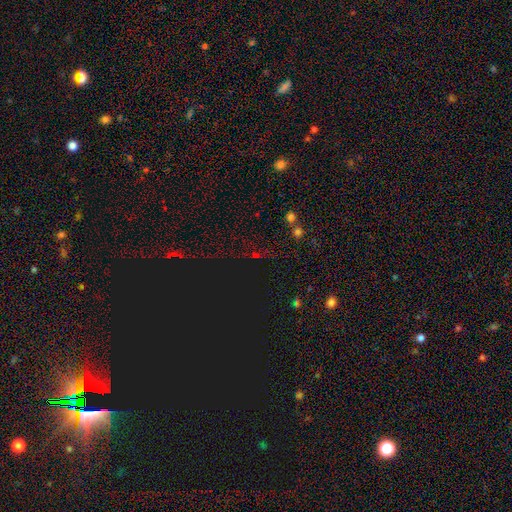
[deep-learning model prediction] Morphology: type=star or artifact (69%).